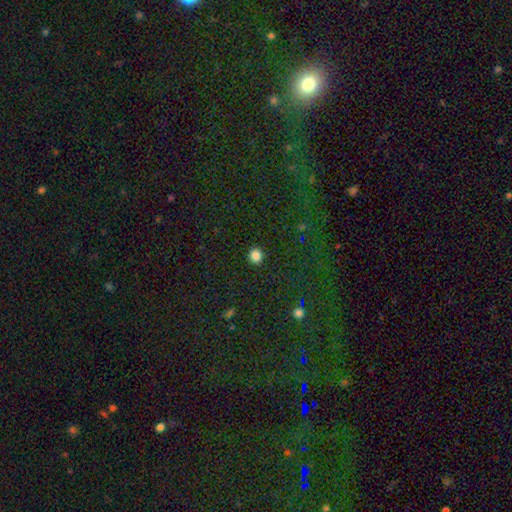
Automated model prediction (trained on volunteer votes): A smooth galaxy with no disk features (84%) that is round (90%).

Vote fractions:
- Smooth or featured? smooth: 84% / star or artifact: 12% / featured or disk: 4%
- How rounded? round: 90% / in between: 9% / cigar-shaped: 1%
- Merging? none: 93% / minor disturbance: 5% / major disturbance: 2% / merger: 1%